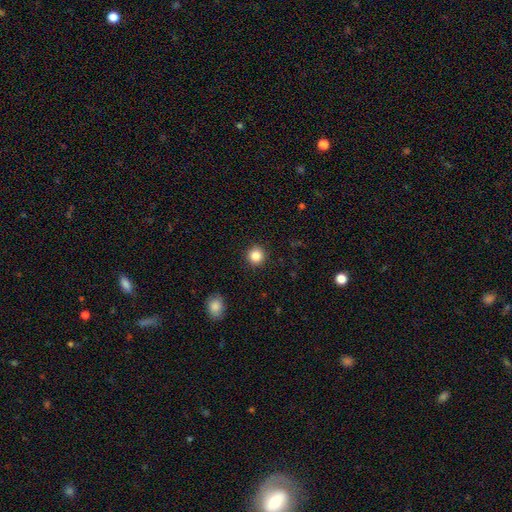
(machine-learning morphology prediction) smooth 85%, star or artifact 11%, featured or disk 4%. Down the decision tree: how rounded — round (94%); merging — none (92%).